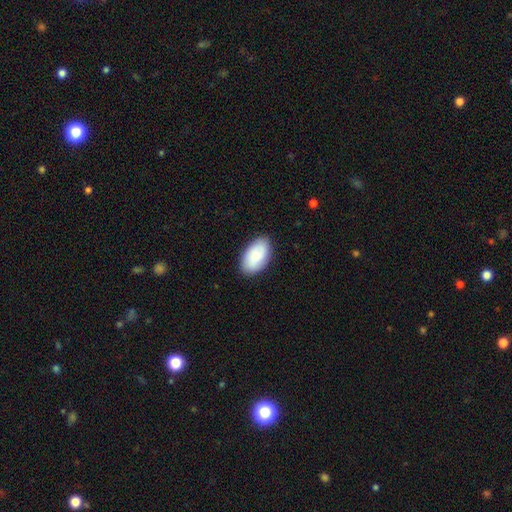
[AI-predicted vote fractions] smooth 79%, featured or disk 15%, star or artifact 6%. Down the decision tree: how rounded — in between (95%); merging — none (87%).